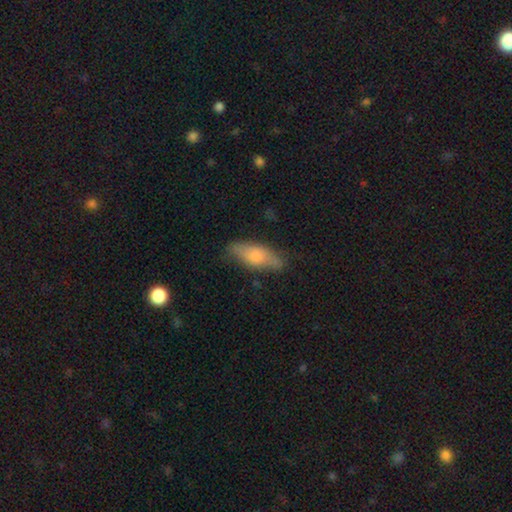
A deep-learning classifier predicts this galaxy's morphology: This is likely a smooth galaxy (60%). How rounded: likely in between (61%). Merging: likely none (79%).